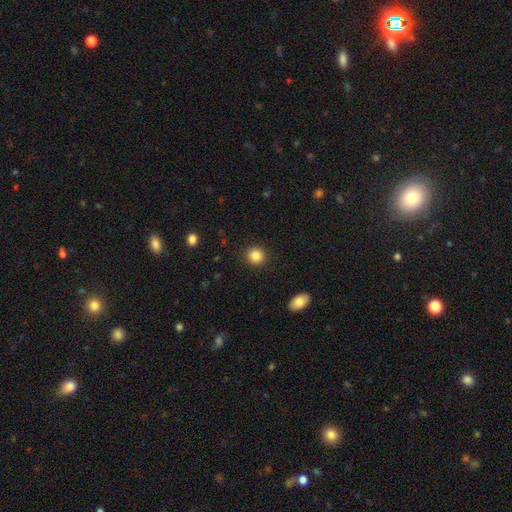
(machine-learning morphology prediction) A smooth galaxy with no disk features (85%) that is round (88%).

Vote fractions:
- Smooth or featured? smooth: 85% / star or artifact: 10% / featured or disk: 4%
- How rounded? round: 88% / in between: 11% / cigar-shaped: 1%
- Merging? none: 91% / minor disturbance: 6% / major disturbance: 2% / merger: 1%